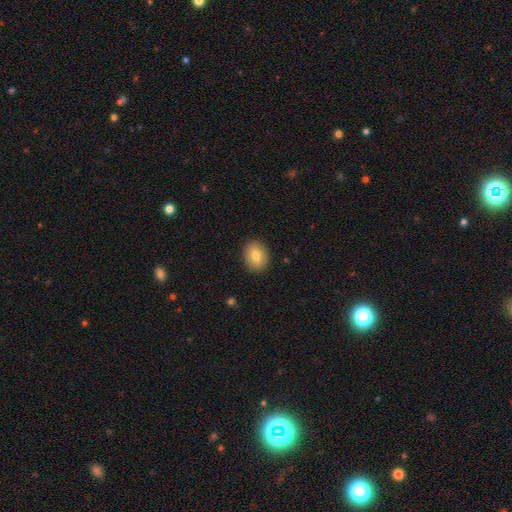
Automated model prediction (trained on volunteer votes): A smooth galaxy with no disk features (80%) that is in between round and cigar-shaped (50%). Merging: none (89%).